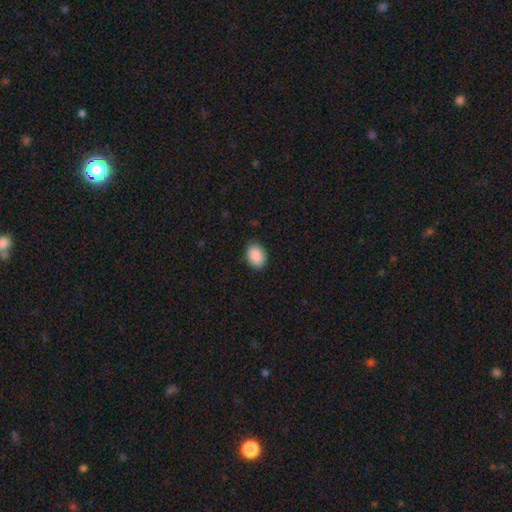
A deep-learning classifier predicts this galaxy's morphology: This is clearly a smooth galaxy (89%). How rounded: likely in between (75%). Merging: clearly none (87%).